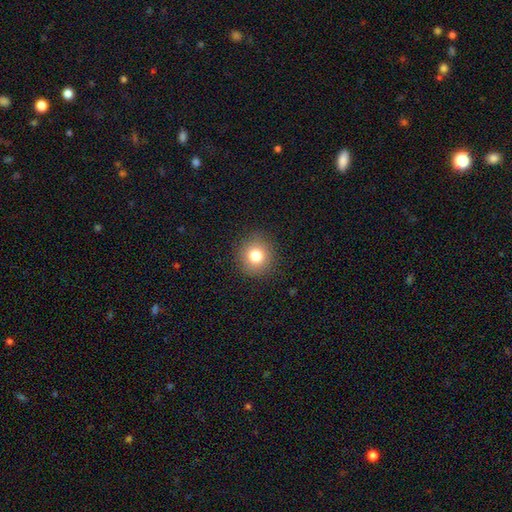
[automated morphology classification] Q: Smooth or featured?
A: smooth (80%); runner-up: star or artifact (12%)
Q: How rounded?
A: round (91%); runner-up: in between (8%)
Q: Merging?
A: none (89%); runner-up: minor disturbance (7%)